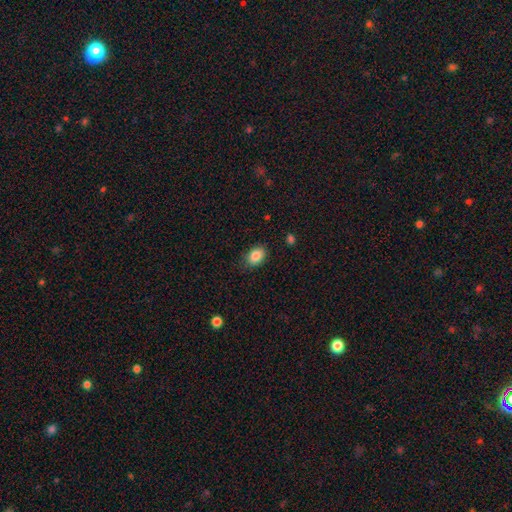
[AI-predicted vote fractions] Smooth or featured? Predicted: smooth (p=0.87). How rounded? Predicted: in between (p=0.81). Merging? Predicted: none (p=0.83).